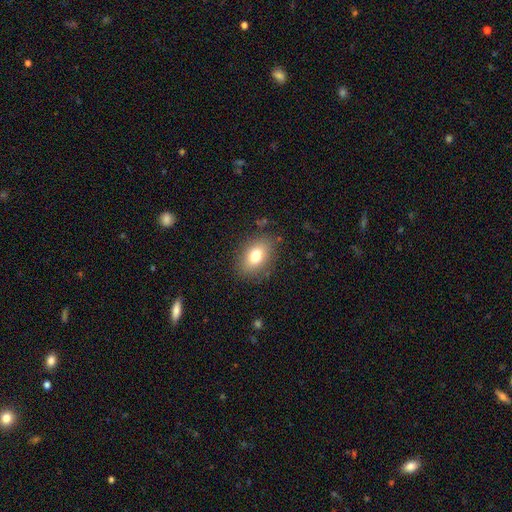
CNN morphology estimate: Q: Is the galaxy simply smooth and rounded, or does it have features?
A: smooth — 75%.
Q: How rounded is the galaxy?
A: in between — 79%.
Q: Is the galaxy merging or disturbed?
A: none — 84%.